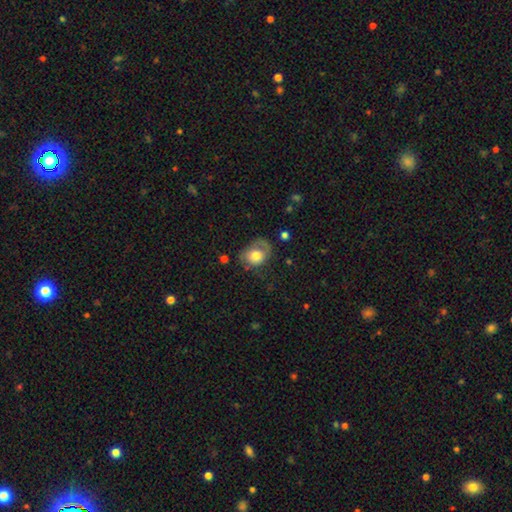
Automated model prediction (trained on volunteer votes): The model was most divided on "how rounded": in between: 54%, round: 45%, cigar-shaped: 1%. Remaining: smooth or featured — smooth (57%); merging — none (44%).